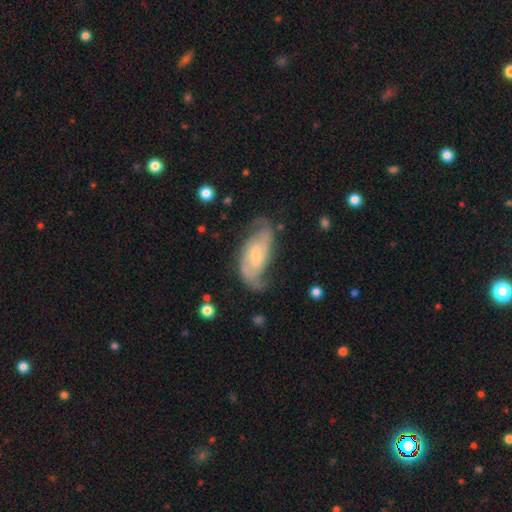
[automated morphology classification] type=featured or disk (80%); edge-on=no (94%); bar=weak (45%); spiral arms=yes (93%); winding=medium (44%); arm count=2 (81%); bulge=small (63%); merging=none (64%).